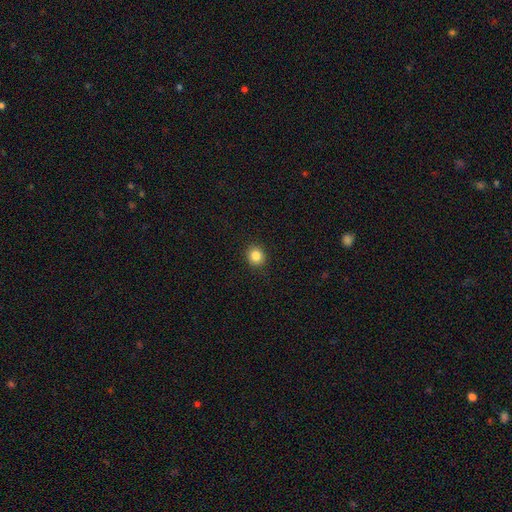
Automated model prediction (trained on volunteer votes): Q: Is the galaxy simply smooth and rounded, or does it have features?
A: smooth — 85%.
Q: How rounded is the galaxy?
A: round — 88%.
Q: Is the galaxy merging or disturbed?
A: none — 92%.